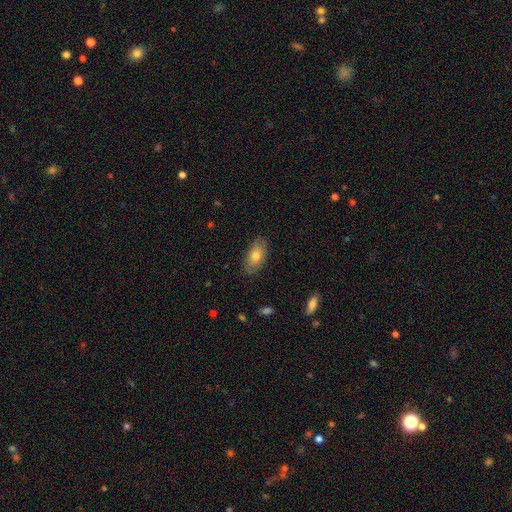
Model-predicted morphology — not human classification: This is likely a smooth galaxy (72%). How rounded: clearly in between (91%). Merging: clearly none (83%).